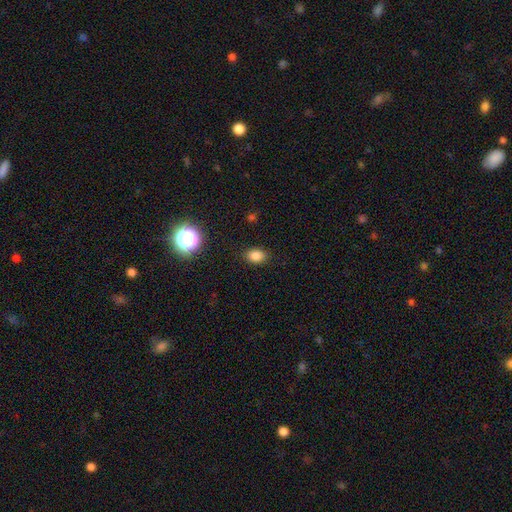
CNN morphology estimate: smooth_or_featured: smooth (p=0.82) [alt: star or artifact p=0.13]
how_rounded: in between (p=0.68) [alt: round p=0.31]
merging: none (p=0.87) [alt: minor disturbance p=0.09]